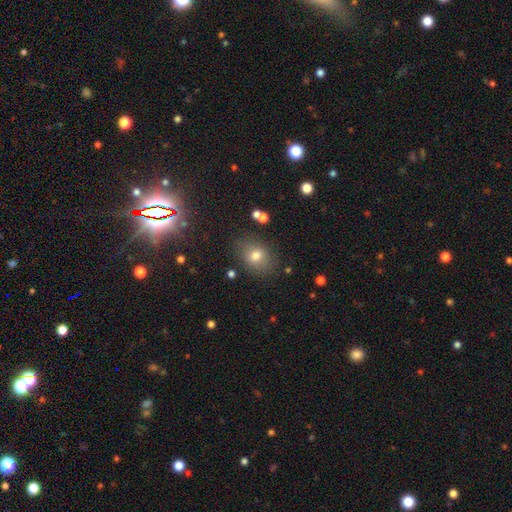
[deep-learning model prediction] smooth_or_featured: smooth (p=0.74) [alt: star or artifact p=0.14]
how_rounded: in between (p=0.57) [alt: round p=0.41]
merging: none (p=0.77) [alt: minor disturbance p=0.14]